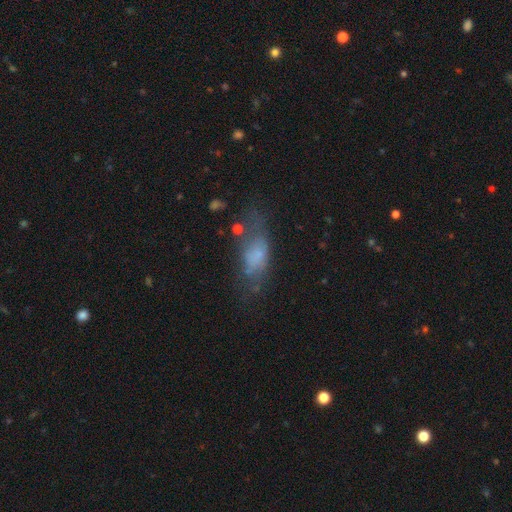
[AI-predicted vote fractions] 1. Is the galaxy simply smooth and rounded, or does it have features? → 56% smooth, 31% featured or disk, 12% star or artifact.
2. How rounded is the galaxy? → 73% in between, 22% cigar-shaped, 5% round.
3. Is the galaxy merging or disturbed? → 41% none, 27% major disturbance, 26% minor disturbance, 7% merger.